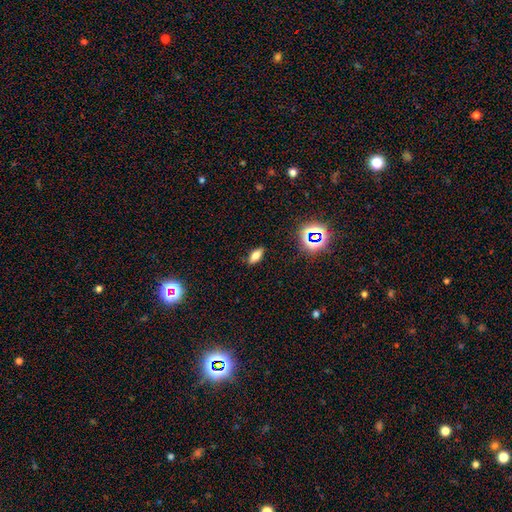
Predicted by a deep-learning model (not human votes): A smooth galaxy with no disk features (68%) that is in between round and cigar-shaped (82%).

Vote fractions:
- Smooth or featured? smooth: 68% / star or artifact: 17% / featured or disk: 15%
- How rounded? in between: 82% / cigar-shaped: 13% / round: 5%
- Merging? none: 86% / minor disturbance: 10% / major disturbance: 3% / merger: 1%